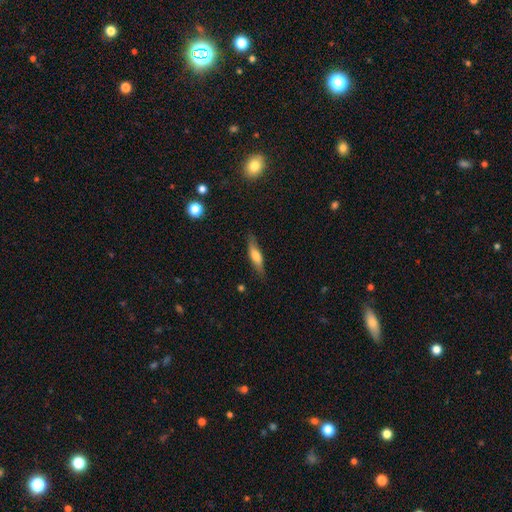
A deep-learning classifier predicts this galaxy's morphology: This appears to be a smooth galaxy with no disk features (58%) that is cigar-shaped (69%). Merging: none (80%).